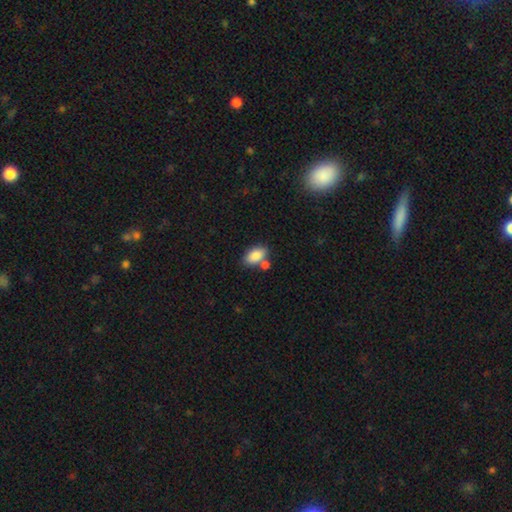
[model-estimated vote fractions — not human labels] Morphology: type=smooth (86%); roundness=in between (92%); merging=none (62%).